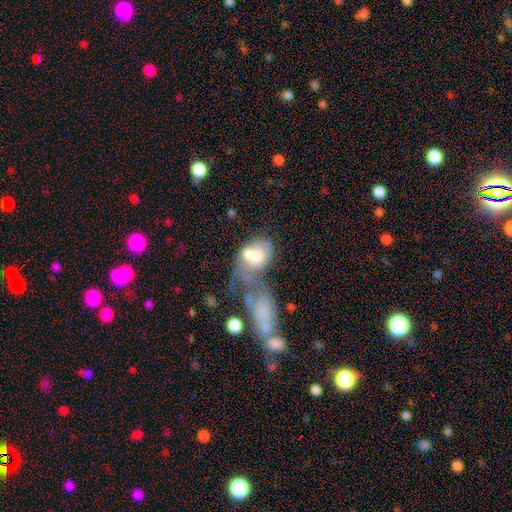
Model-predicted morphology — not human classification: Smooth or featured?
  - smooth: 50% *
  - featured or disk: 41%
  - star or artifact: 9%
Merging?
  - merger: 61% *
  - major disturbance: 21%
  - none: 10%
  - minor disturbance: 8%